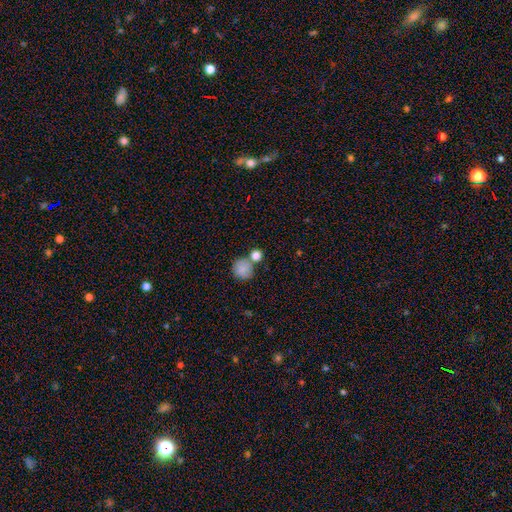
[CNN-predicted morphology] type=smooth (82%); roundness=round (87%); merging=none (52%).